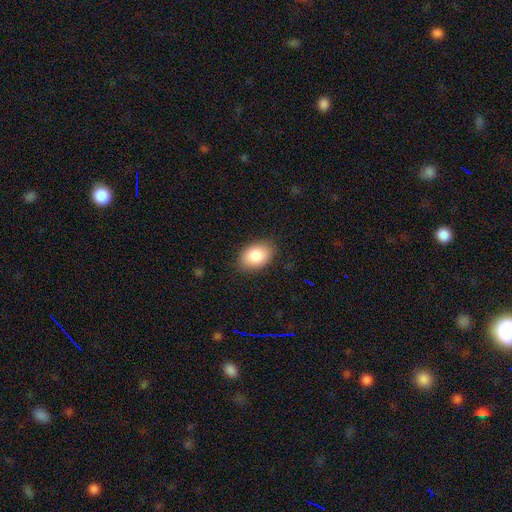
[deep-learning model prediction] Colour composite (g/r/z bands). It shows a smooth galaxy with no disk features (87%) that is in between round and cigar-shaped (88%). Merging: none (85%).